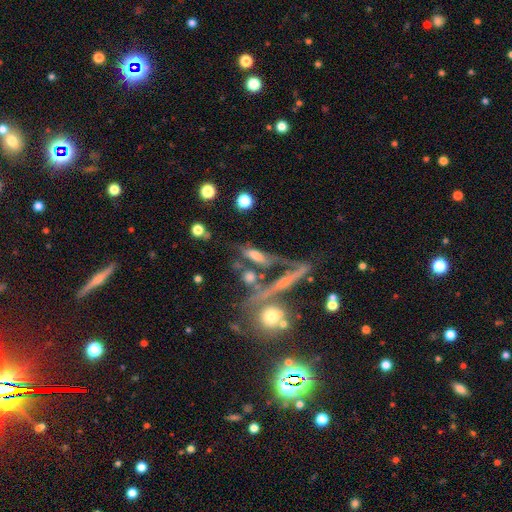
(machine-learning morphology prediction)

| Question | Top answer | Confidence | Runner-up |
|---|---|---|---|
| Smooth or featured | smooth | 46% | featured or disk (40%) |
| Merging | none | 38% | merger (30%) |